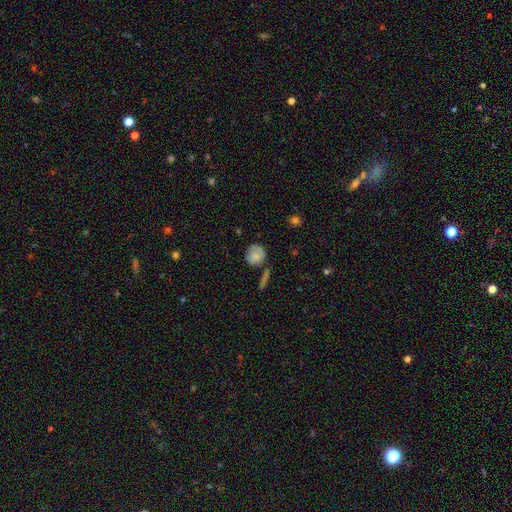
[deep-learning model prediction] The model was most divided on "merging": none: 65%, minor disturbance: 23%, major disturbance: 7%, merger: 6%. More confident: how rounded — round (82%); smooth or featured — smooth (72%).